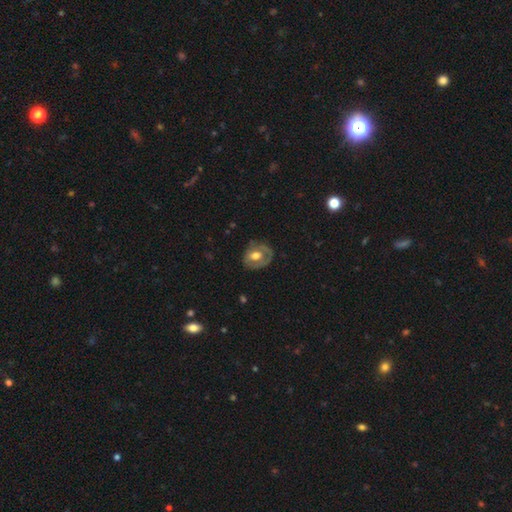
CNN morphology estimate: Smooth or featured: featured or disk — 52% (smooth — 42%)
Edge-on disk: no — 95% (yes — 5%)
Merging: none — 66% (minor disturbance — 24%)